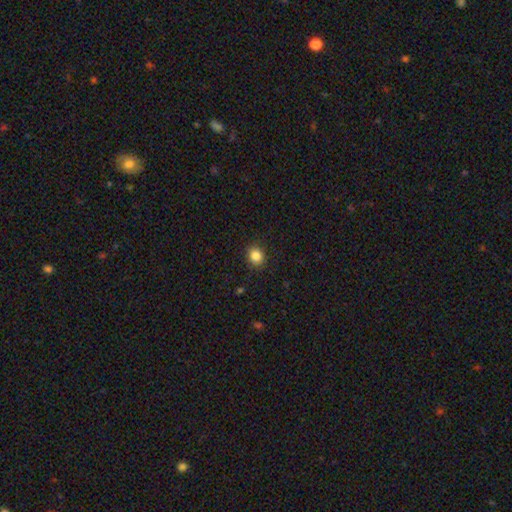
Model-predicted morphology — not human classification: Smooth or featured? smooth (85%)
How rounded? round (78%)
Merging? none (90%)